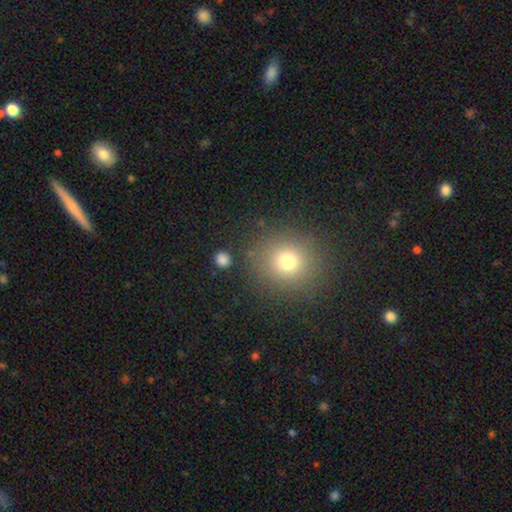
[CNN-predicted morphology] This appears to be a smooth galaxy with no disk features (70%) that is round (89%). Merging: none (89%).